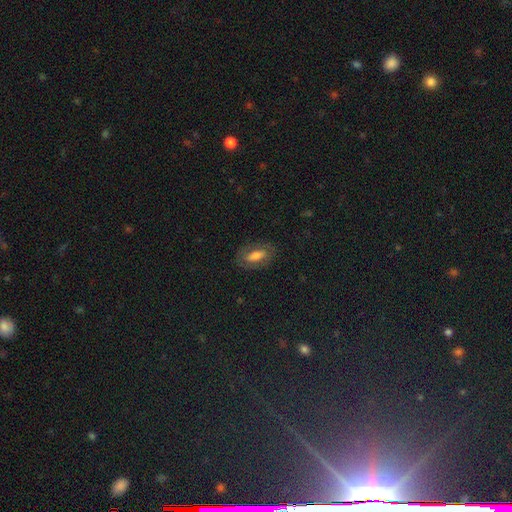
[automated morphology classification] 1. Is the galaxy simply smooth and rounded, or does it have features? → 60% smooth, 30% featured or disk, 10% star or artifact.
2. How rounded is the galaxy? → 86% in between, 9% cigar-shaped, 5% round.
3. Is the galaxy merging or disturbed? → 78% none, 15% minor disturbance, 7% major disturbance, 1% merger.